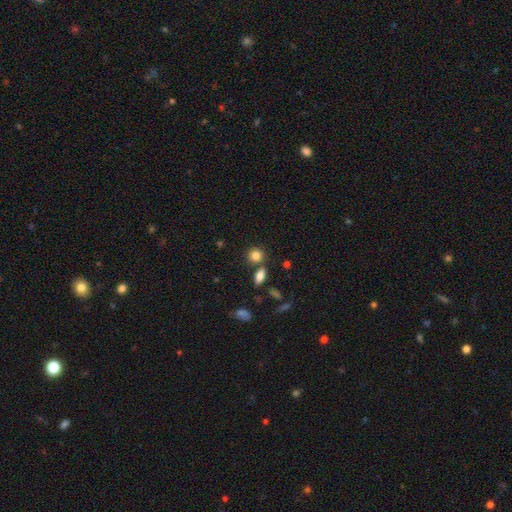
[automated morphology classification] smooth_or_featured: smooth (p=0.84) [alt: star or artifact p=0.10]
how_rounded: round (p=0.76) [alt: in between p=0.22]
merging: none (p=0.68) [alt: merger p=0.19]